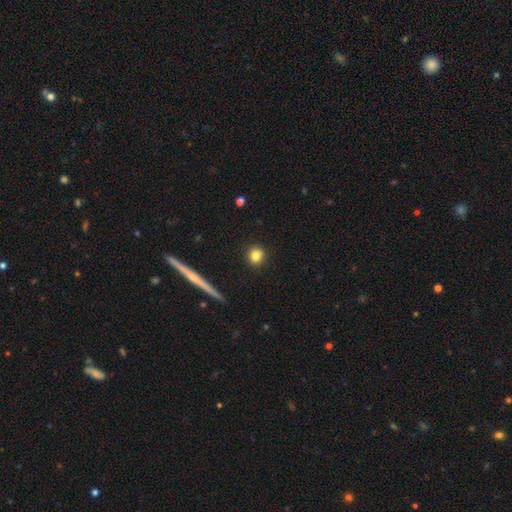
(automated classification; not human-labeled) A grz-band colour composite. It shows a smooth galaxy with no disk features (82%) that is round (88%). Merging: none (92%).